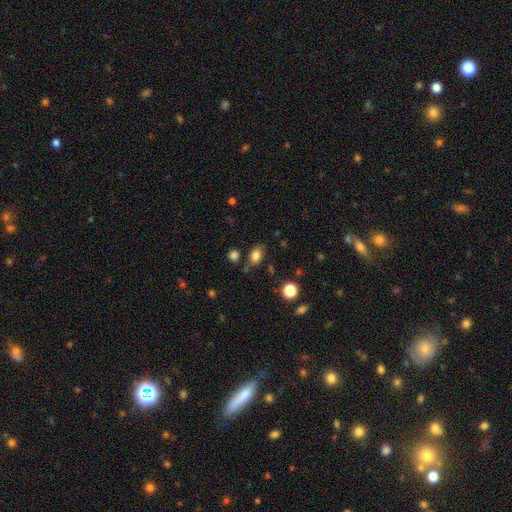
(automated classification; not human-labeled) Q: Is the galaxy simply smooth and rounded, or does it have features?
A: smooth — 82%.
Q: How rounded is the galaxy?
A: in between — 78%.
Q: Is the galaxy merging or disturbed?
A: none — 76%.